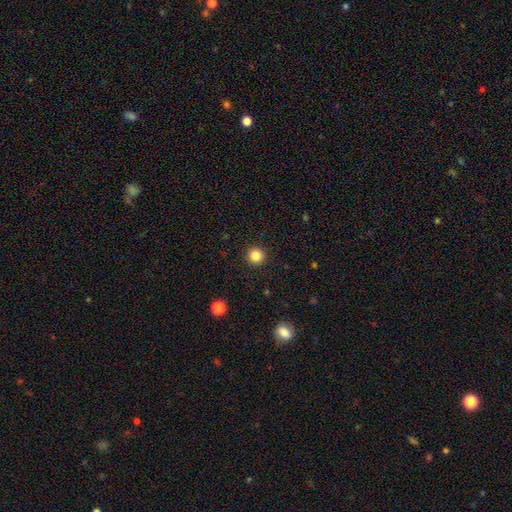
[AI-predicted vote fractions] This is clearly a smooth galaxy (84%). How rounded: clearly round (95%). Merging: clearly none (93%).